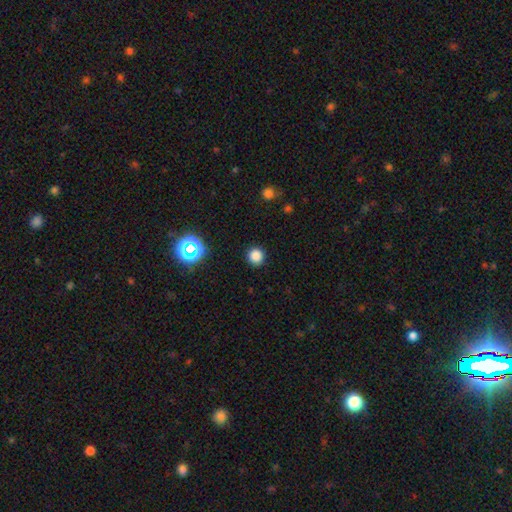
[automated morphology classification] smooth_or_featured: smooth (p=0.82) [alt: star or artifact p=0.15]
how_rounded: round (p=0.94) [alt: in between p=0.05]
merging: none (p=0.91) [alt: minor disturbance p=0.06]